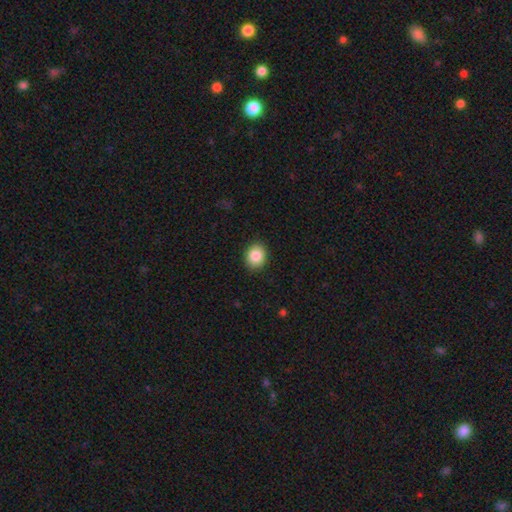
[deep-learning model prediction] A smooth galaxy with no disk features (86%) that is round (62%).

Vote fractions:
- Smooth or featured? smooth: 86% / star or artifact: 9% / featured or disk: 5%
- How rounded? round: 62% / in between: 37% / cigar-shaped: 1%
- Merging? none: 90% / minor disturbance: 7% / major disturbance: 2% / merger: 1%